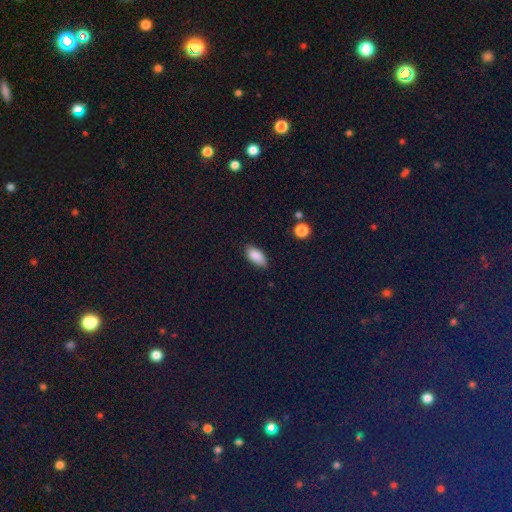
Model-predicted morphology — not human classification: Smooth or featured? smooth (87%)
How rounded? in between (90%)
Merging? none (79%)